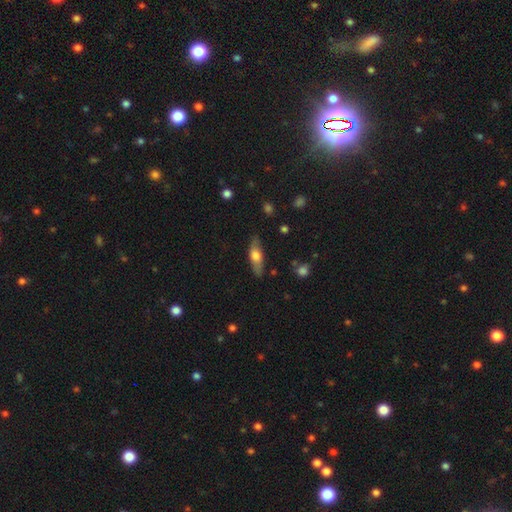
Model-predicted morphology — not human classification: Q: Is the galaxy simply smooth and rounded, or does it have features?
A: smooth — 55%.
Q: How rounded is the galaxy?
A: in between — 51%.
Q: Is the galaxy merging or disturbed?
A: none — 80%.